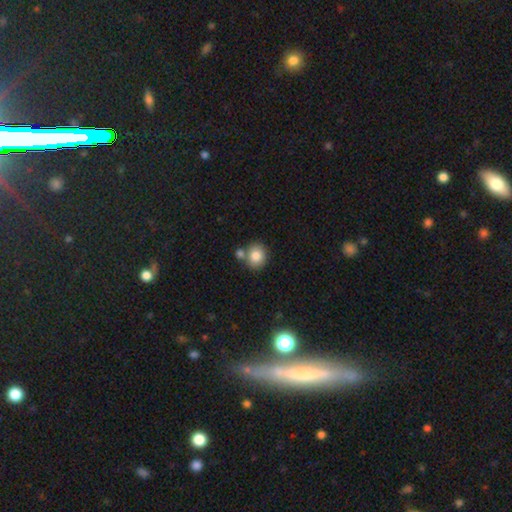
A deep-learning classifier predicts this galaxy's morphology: Smooth or featured? Predicted: smooth (p=0.83). How rounded? Predicted: round (p=0.79). Merging? Predicted: none (p=0.62).